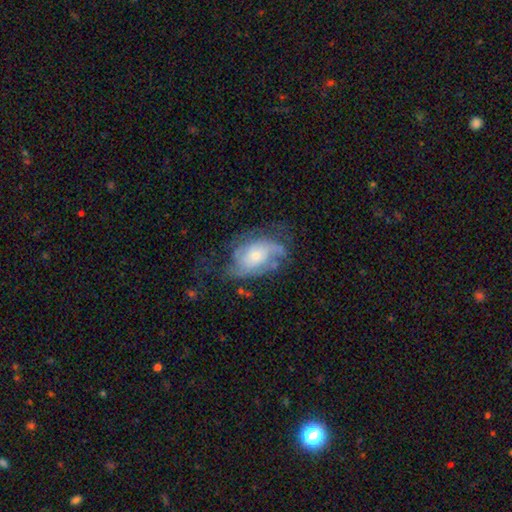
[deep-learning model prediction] Q: Smooth or featured?
A: featured or disk (68%); runner-up: smooth (25%)
Q: Edge-on disk?
A: no (96%); runner-up: yes (4%)
Q: Bar?
A: no (73%); runner-up: weak (22%)
Q: Spiral arms?
A: yes (81%); runner-up: no (19%)
Q: Spiral winding?
A: medium (41%); runner-up: tight (34%)
Q: Spiral arm count?
A: can't tell (37%); runner-up: 2 (36%)
Q: Bulge size?
A: small (51%); runner-up: moderate (39%)
Q: Merging?
A: none (46%); runner-up: minor disturbance (26%)